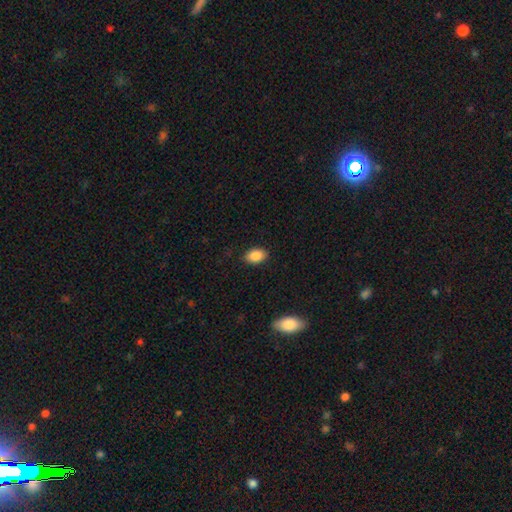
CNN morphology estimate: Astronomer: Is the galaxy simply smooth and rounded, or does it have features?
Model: smooth — 87%.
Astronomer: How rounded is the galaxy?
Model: in between — 87%.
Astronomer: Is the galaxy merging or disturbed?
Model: none — 86%.